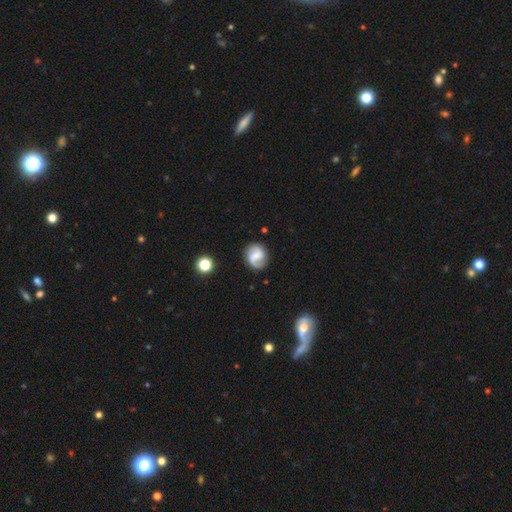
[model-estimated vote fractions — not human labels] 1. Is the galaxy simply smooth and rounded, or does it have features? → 63% featured or disk, 29% smooth, 8% star or artifact.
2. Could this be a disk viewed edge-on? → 98% no, 2% yes.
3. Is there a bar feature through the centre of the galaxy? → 48% weak, 38% no, 14% strong.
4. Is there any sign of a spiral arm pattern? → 92% yes, 8% no.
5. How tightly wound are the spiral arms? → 42% medium, 37% loose, 21% tight.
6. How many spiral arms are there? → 72% 2, 20% 1, 6% can't tell, 1% 3, 1% 4, 1% more than 4.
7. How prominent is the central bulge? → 36% small, 30% moderate, 24% none, 8% large, 2% dominant.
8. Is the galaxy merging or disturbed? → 76% none, 16% minor disturbance, 6% major disturbance, 3% merger.